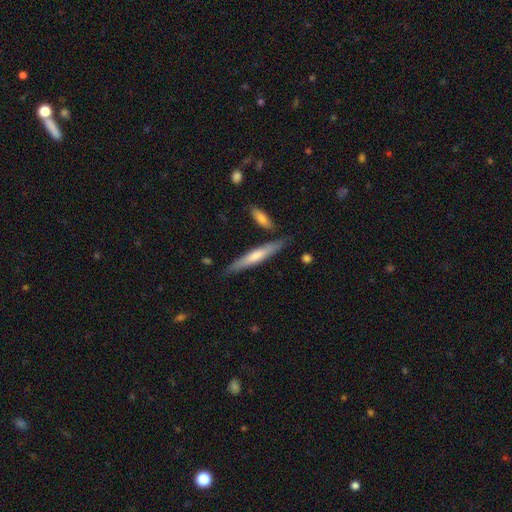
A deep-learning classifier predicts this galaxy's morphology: smooth_or_featured: smooth (p=0.53) [alt: featured or disk p=0.42]
how_rounded: cigar-shaped (p=0.92) [alt: in between p=0.07]
merging: none (p=0.83) [alt: minor disturbance p=0.10]